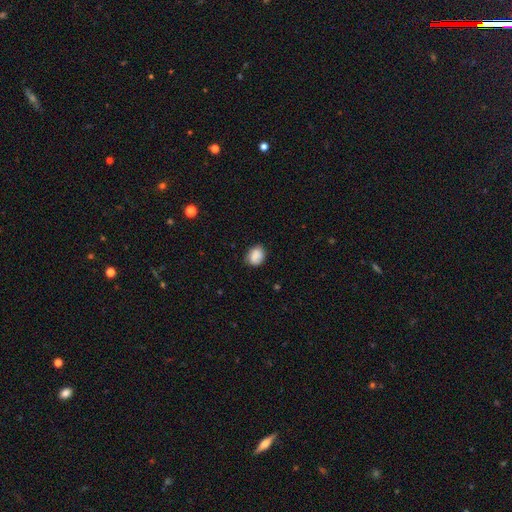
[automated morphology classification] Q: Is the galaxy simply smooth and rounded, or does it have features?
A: smooth — 85%.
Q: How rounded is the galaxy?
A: in between — 53%.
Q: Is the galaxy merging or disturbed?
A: none — 75%.